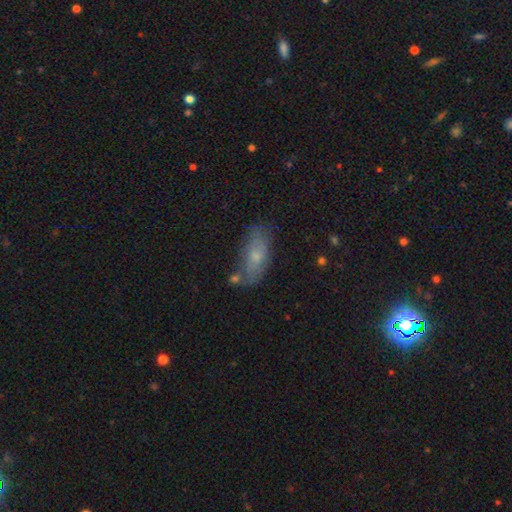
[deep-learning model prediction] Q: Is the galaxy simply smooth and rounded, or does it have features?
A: smooth — 62%.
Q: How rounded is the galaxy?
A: in between — 82%.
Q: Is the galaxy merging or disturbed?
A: none — 60%.